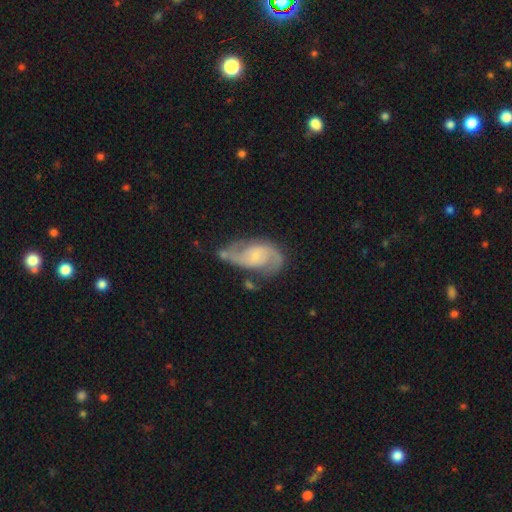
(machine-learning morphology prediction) A featured or disk galaxy (85%) with no bar (52%), 2 (91%) medium (53%) spiral arms (97%) and a small central bulge (57%). Merging: none (60%).